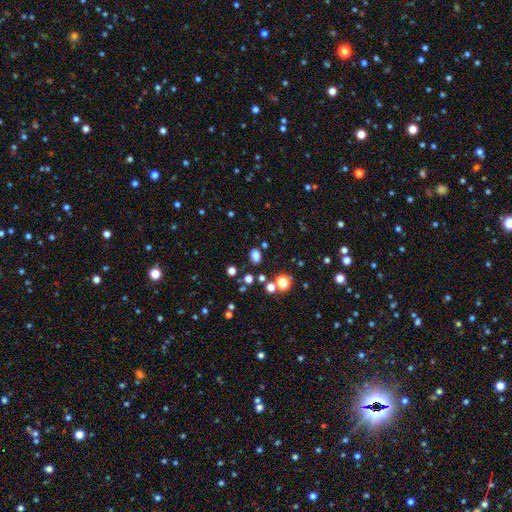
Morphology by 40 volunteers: A smooth galaxy with no disk features (85%) that is in between round and cigar-shaped (62%).

Vote fractions:
- Smooth or featured? smooth: 85% / star or artifact: 12% / featured or disk: 2%
- How rounded? in between: 62% / round: 35% / cigar-shaped: 3%
- Merging? none: 86% / minor disturbance: 6% / merger: 6% / major disturbance: 3%